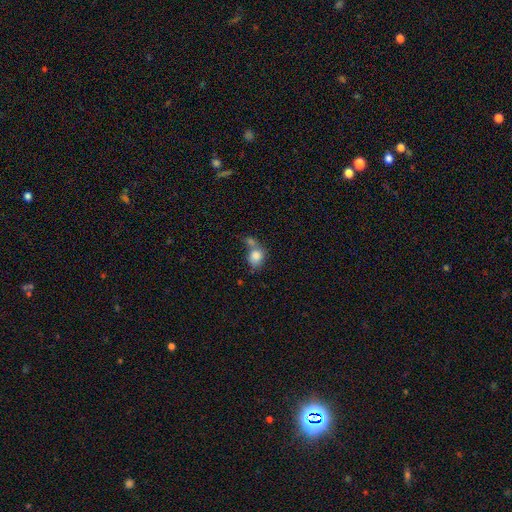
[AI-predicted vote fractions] This is clearly a smooth galaxy (82%). How rounded: possibly round (54%). Merging: marginally merger (45%).